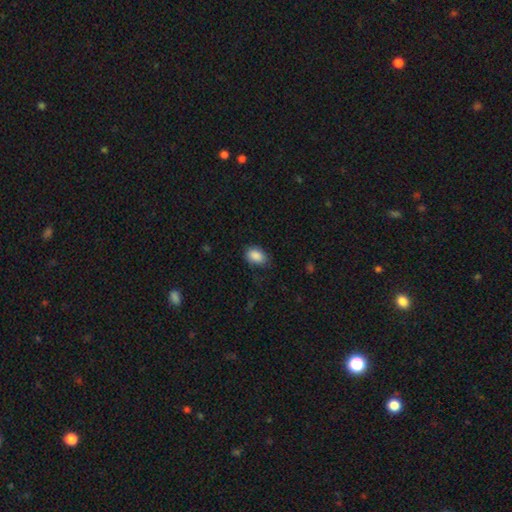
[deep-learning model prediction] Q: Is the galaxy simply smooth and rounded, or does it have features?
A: smooth — 88%.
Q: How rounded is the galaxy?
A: in between — 84%.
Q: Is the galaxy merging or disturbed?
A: none — 72%.